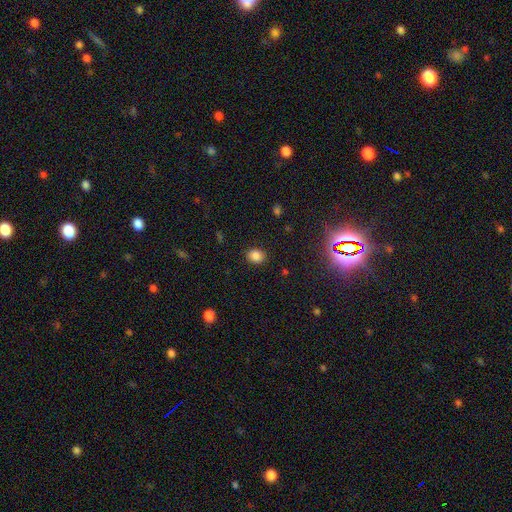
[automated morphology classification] A smooth galaxy with no disk features (85%) that is round (56%).

Vote fractions:
- Smooth or featured? smooth: 85% / star or artifact: 11% / featured or disk: 4%
- How rounded? round: 56% / in between: 43% / cigar-shaped: 1%
- Merging? none: 88% / minor disturbance: 8% / major disturbance: 3% / merger: 1%